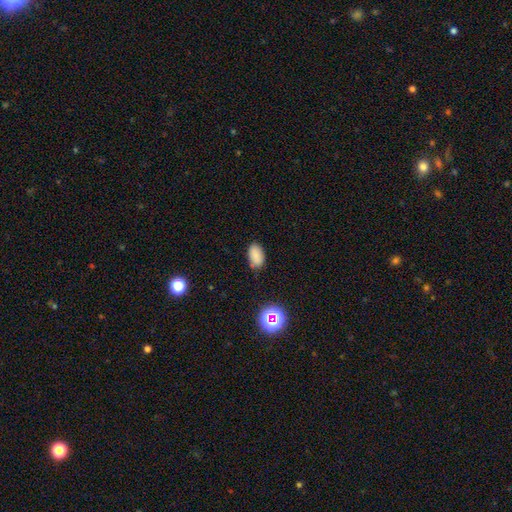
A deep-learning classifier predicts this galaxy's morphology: This is clearly a smooth galaxy (81%). How rounded: clearly in between (91%). Merging: likely none (77%).